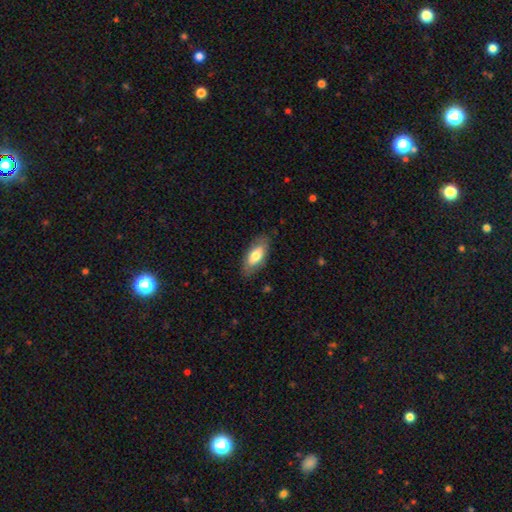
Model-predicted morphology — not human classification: Smooth or featured? Predicted: smooth (p=0.70). How rounded? Predicted: in between (p=0.85). Merging? Predicted: none (p=0.82).